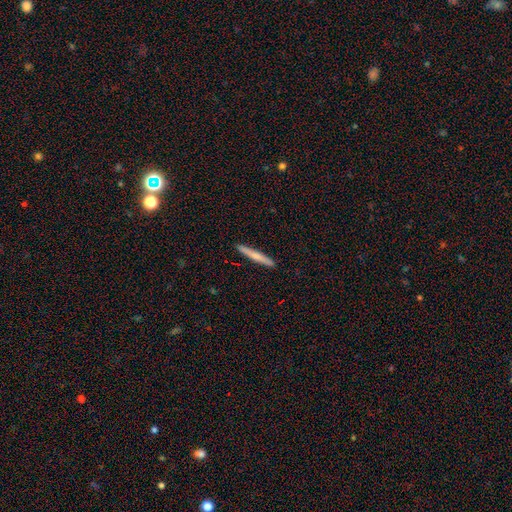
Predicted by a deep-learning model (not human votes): Smooth or featured? smooth (61%)
How rounded? cigar-shaped (96%)
Merging? none (92%)